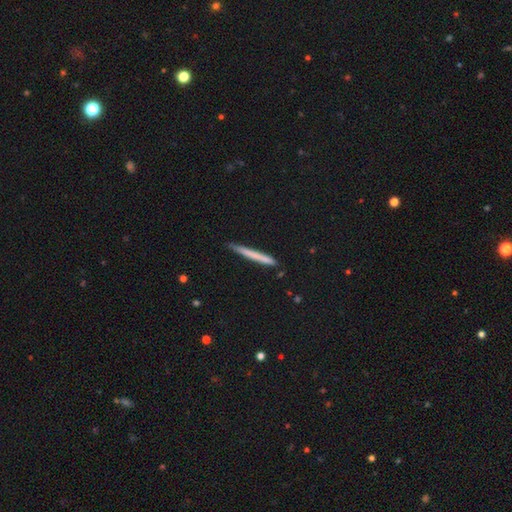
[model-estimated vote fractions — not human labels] Smooth or featured: smooth — 66% (featured or disk — 27%)
How rounded: cigar-shaped — 97% (in between — 2%)
Merging: none — 86% (minor disturbance — 11%)